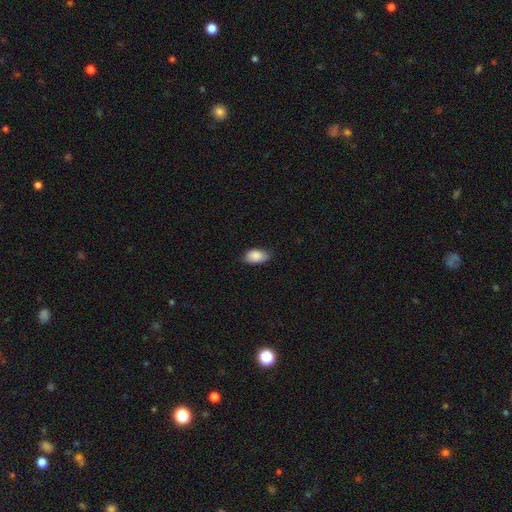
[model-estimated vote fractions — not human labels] Smooth or featured: smooth — 88% (star or artifact — 7%)
How rounded: in between — 93% (round — 5%)
Merging: none — 79% (minor disturbance — 17%)